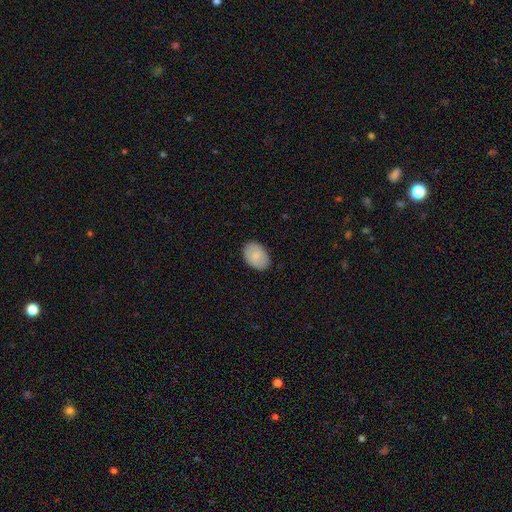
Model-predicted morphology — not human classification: Smooth or featured? Predicted: smooth (p=0.83). How rounded? Predicted: in between (p=0.82). Merging? Predicted: none (p=0.87).